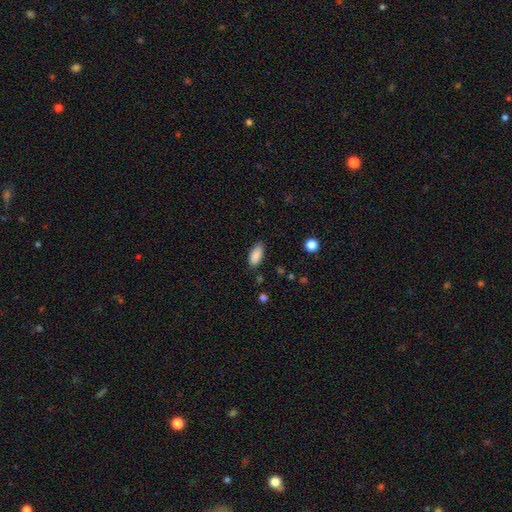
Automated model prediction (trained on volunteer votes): smooth 89%, star or artifact 7%, featured or disk 4%. Down the decision tree: how rounded — in between (87%); merging — none (82%).